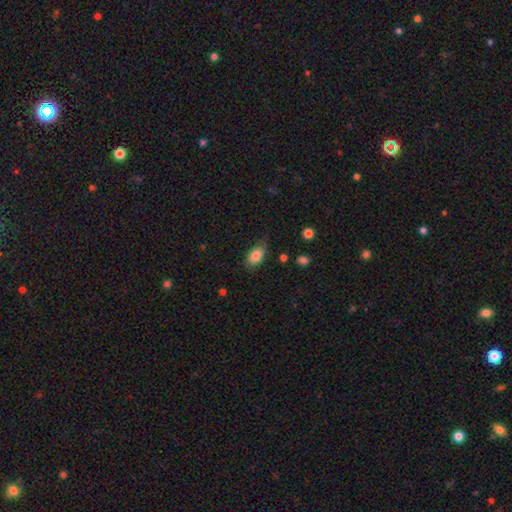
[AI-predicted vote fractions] smooth 84%, star or artifact 8%, featured or disk 8%. Down the decision tree: how rounded — in between (90%); merging — none (71%).